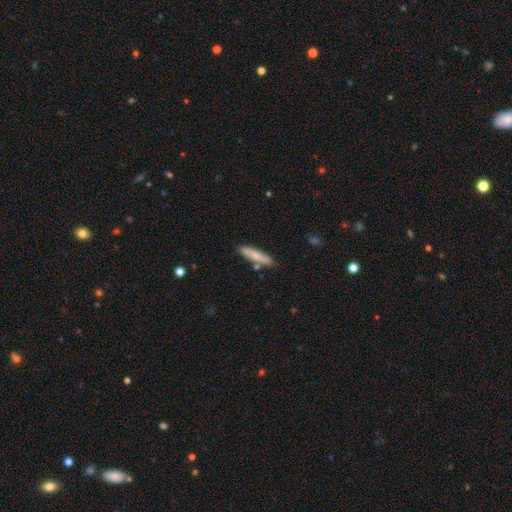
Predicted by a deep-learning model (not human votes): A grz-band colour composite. It shows a smooth galaxy with no disk features (73%) that is cigar-shaped (82%). Merging: none (81%).